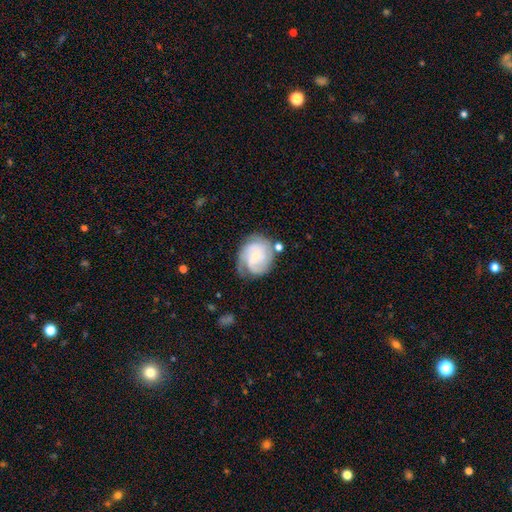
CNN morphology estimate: A featured or disk galaxy (78%) with no bar (57%), 3 (29%) tight (54%) spiral arms (94%) and a small central bulge (71%). Merging: none (61%).